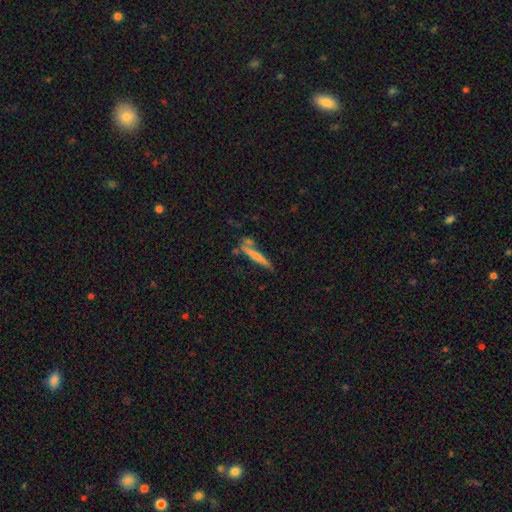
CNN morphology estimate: smooth 53%, featured or disk 39%, star or artifact 8%. Down the decision tree: how rounded — cigar-shaped (93%); merging — none (64%).